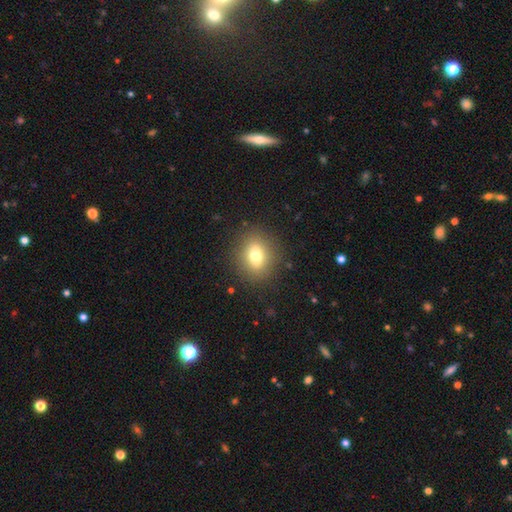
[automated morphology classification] This appears to be a smooth galaxy with no disk features (70%) that is round (52%). Merging: none (87%).